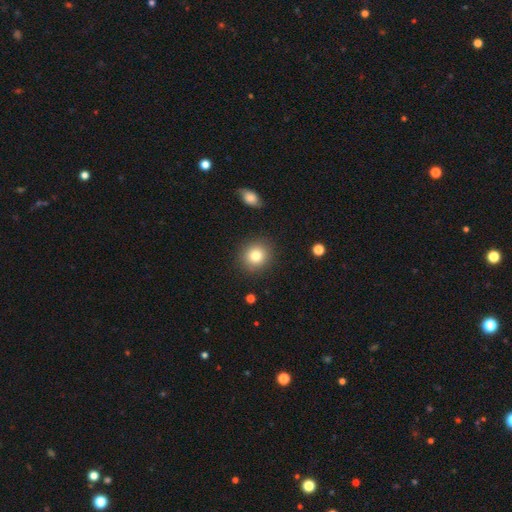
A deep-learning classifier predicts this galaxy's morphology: Overall: smooth (80%). How rounded: round (84%). Merging: none (89%).